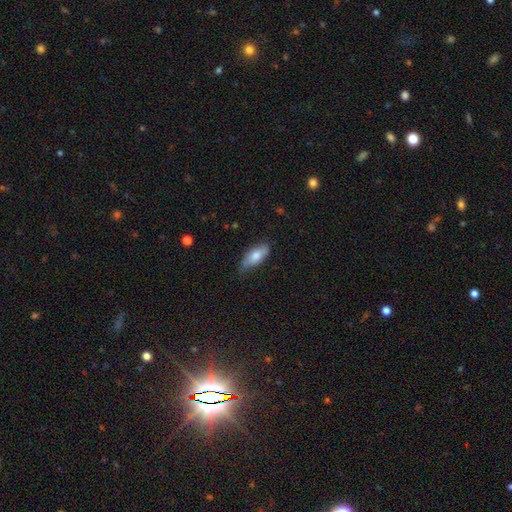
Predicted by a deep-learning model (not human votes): The model was most divided on "merging": none: 69%, minor disturbance: 25%, major disturbance: 4%, merger: 1%. More confident: smooth or featured — smooth (74%); how rounded — in between (73%).